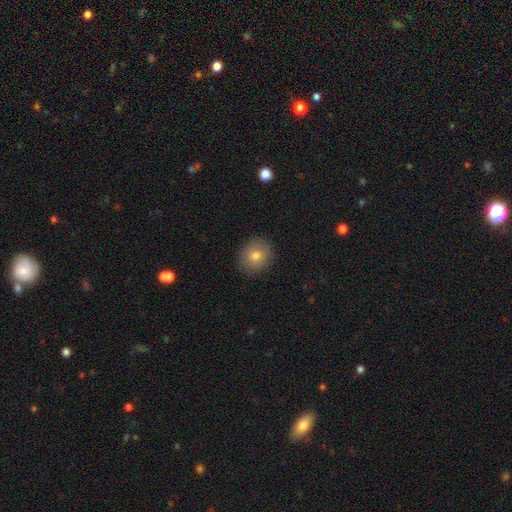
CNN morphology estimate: Q: Smooth or featured?
A: smooth (76%); runner-up: featured or disk (13%)
Q: How rounded?
A: round (73%); runner-up: in between (26%)
Q: Merging?
A: none (87%); runner-up: minor disturbance (9%)